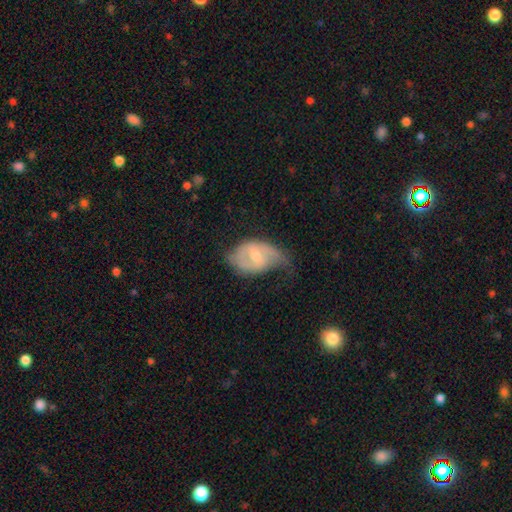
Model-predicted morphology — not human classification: smooth_or_featured: featured or disk (p=0.62) [alt: smooth p=0.32]
disk_edge_on: no (p=0.96) [alt: yes p=0.04]
bar: weak (p=0.50) [alt: no p=0.37]
has_spiral_arms: yes (p=0.77) [alt: no p=0.23]
bulge_size: moderate (p=0.56) [alt: small p=0.37]
merging: minor disturbance (p=0.38) [alt: none p=0.35]